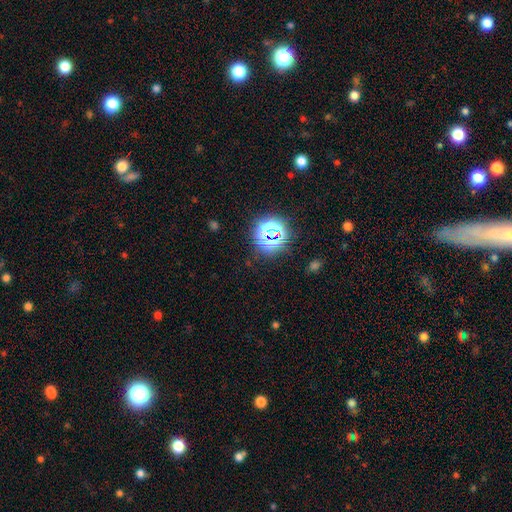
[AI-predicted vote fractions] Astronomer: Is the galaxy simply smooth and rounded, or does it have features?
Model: star or artifact — 75%.